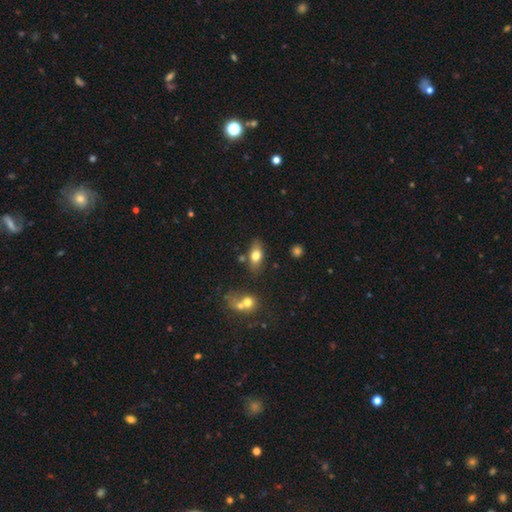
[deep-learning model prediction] smooth 73%, featured or disk 18%, star or artifact 8%. Down the decision tree: how rounded — in between (83%); merging — none (74%).